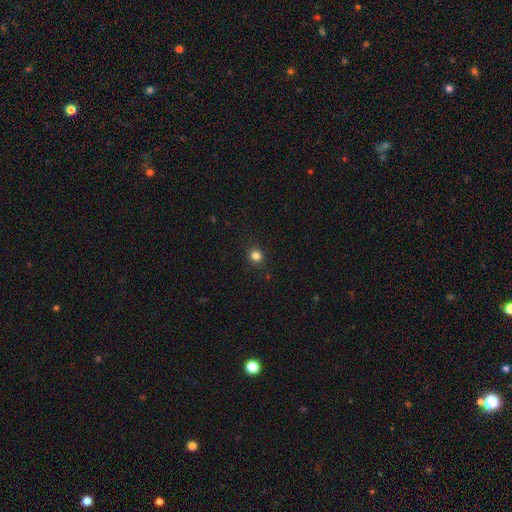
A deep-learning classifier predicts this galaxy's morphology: smooth_or_featured: smooth (p=0.82) [alt: star or artifact p=0.14]
how_rounded: round (p=0.90) [alt: in between p=0.09]
merging: none (p=0.90) [alt: minor disturbance p=0.07]